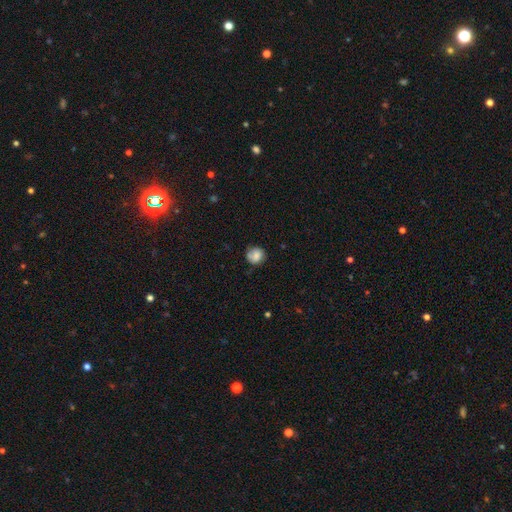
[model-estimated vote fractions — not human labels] This is likely a smooth galaxy (77%). How rounded: clearly round (82%). Merging: likely none (63%).